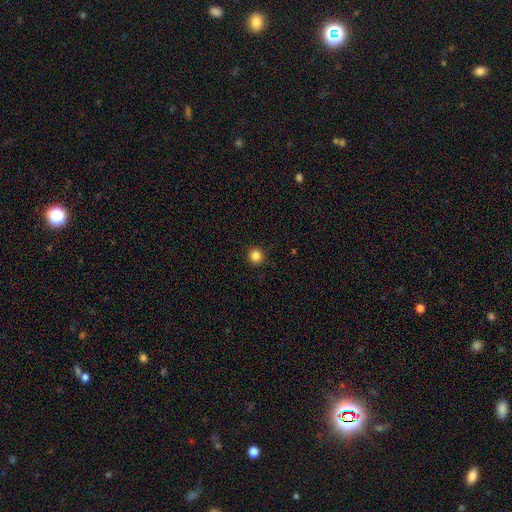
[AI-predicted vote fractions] This is clearly a smooth galaxy (85%). How rounded: clearly round (92%). Merging: clearly none (92%).